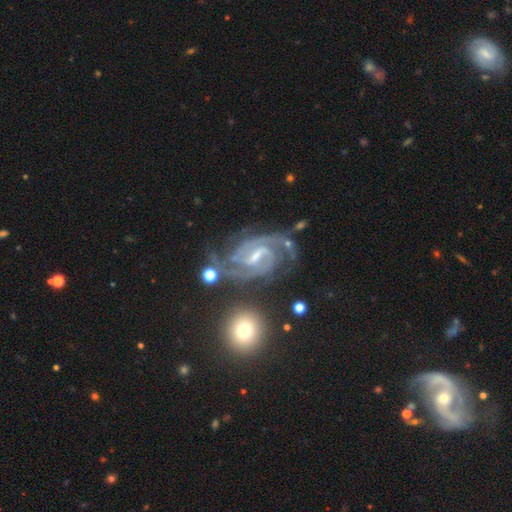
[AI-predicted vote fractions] A featured or disk galaxy (91%) with a weak bar (44%, tied with strong), 2 (63%) medium (46%, tied with tight) spiral arms (98%) and a small central bulge (55%). Merging: none (62%).